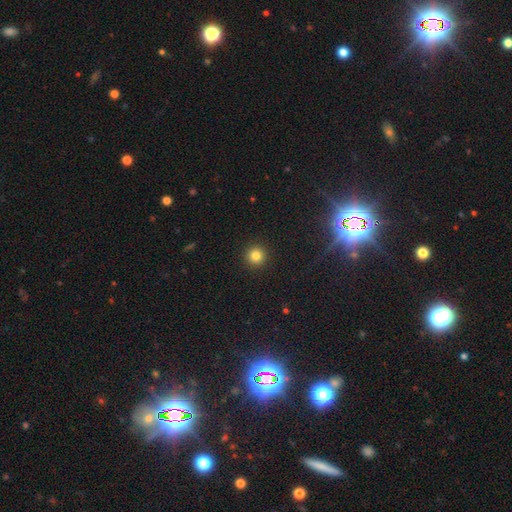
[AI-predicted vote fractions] The model was most divided on "smooth or featured": smooth: 83%, star or artifact: 12%, featured or disk: 5%. More confident: how rounded — round (95%); merging — none (93%).